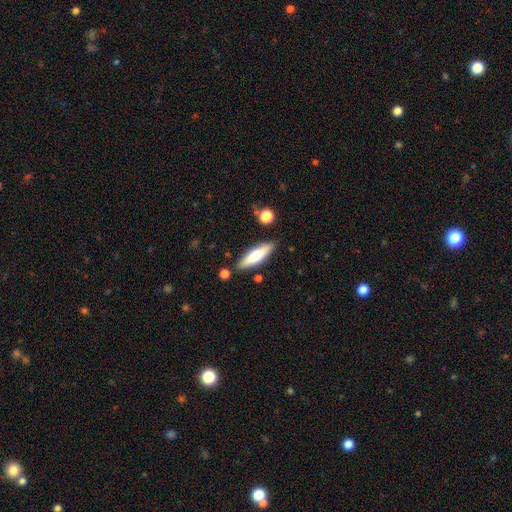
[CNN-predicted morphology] The model was most divided on "how rounded": cigar-shaped: 63%, in between: 35%, round: 2%. More confident: merging — none (84%); smooth or featured — smooth (63%).